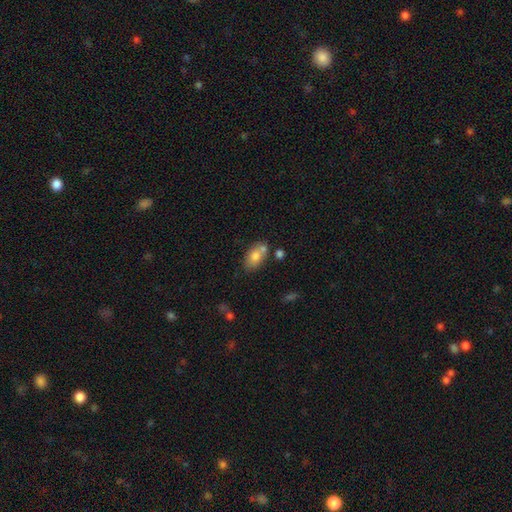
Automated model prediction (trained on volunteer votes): A smooth galaxy with no disk features (75%) that is in between round and cigar-shaped (89%).

Vote fractions:
- Smooth or featured? smooth: 75% / featured or disk: 17% / star or artifact: 8%
- How rounded? in between: 89% / round: 9% / cigar-shaped: 2%
- Merging? none: 55% / merger: 24% / minor disturbance: 16% / major disturbance: 5%